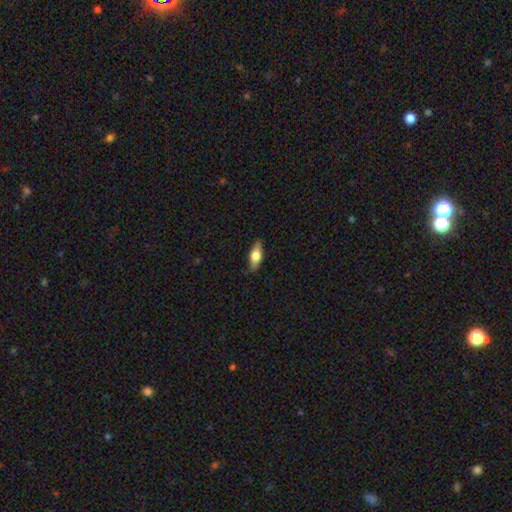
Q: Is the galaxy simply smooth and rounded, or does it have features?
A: smooth — 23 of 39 (59%).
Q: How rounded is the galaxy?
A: in between — 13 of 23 (57%).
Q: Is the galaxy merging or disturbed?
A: none — 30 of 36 (83%).